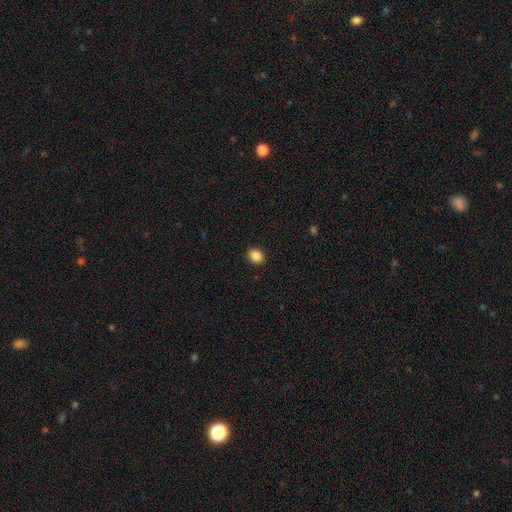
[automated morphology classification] Smooth or featured? smooth (87%)
How rounded? round (54%)
Merging? none (90%)